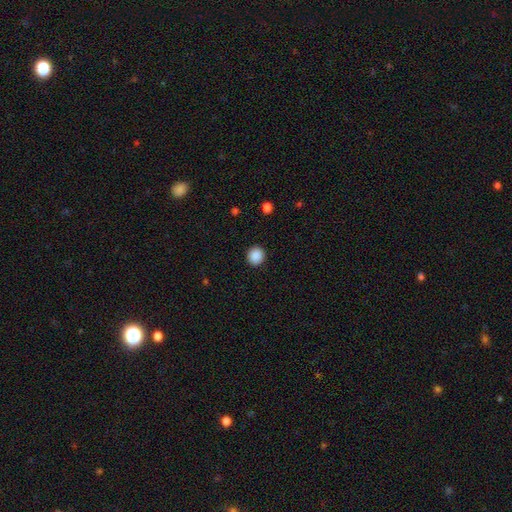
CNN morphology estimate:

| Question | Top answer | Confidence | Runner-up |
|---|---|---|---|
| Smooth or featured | smooth | 89% | star or artifact (9%) |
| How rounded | round | 91% | in between (9%) |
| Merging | none | 92% | minor disturbance (5%) |